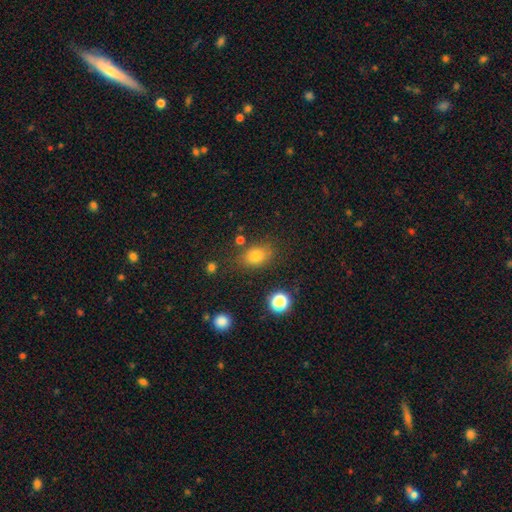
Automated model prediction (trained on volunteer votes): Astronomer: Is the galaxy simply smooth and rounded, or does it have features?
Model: smooth — 78%.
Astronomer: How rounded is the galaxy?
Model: in between — 69%.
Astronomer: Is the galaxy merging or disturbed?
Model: none — 76%.